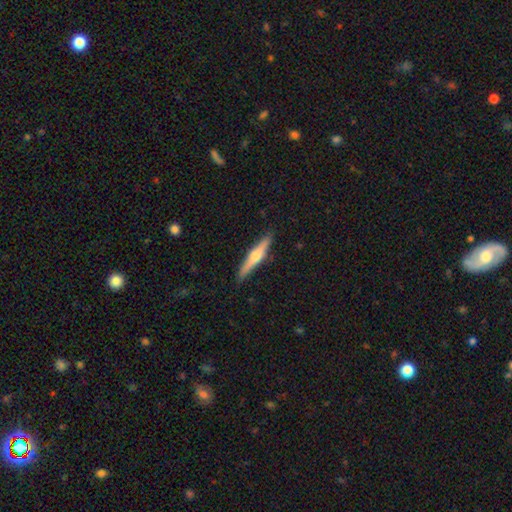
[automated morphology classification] The model was most divided on "smooth or featured": featured or disk: 63%, smooth: 32%, star or artifact: 5%. More confident: edge-on disk — yes (97%); edge-on bulge — rounded (91%); merging — none (90%).